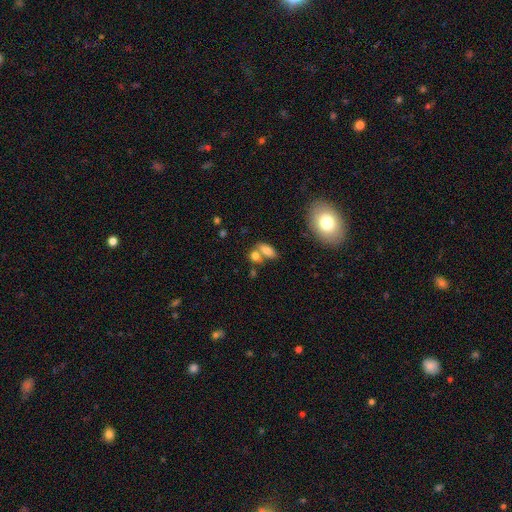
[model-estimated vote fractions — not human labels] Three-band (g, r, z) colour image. It shows a smooth galaxy with no disk features (78%) that is in between round and cigar-shaped (72%). Merging: none (43%).